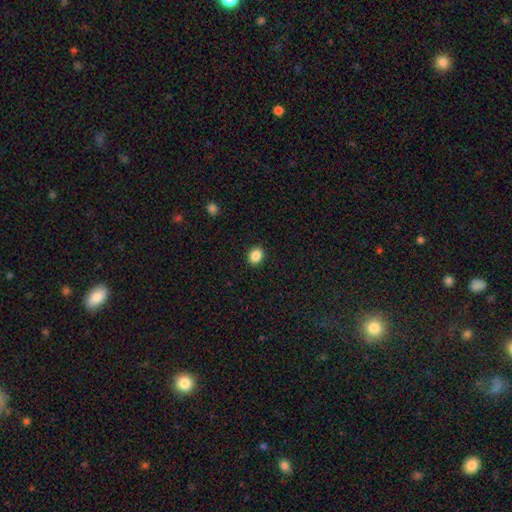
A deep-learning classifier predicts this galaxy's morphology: This appears to be a smooth galaxy with no disk features (87%) that is round (58%). Merging: none (91%).